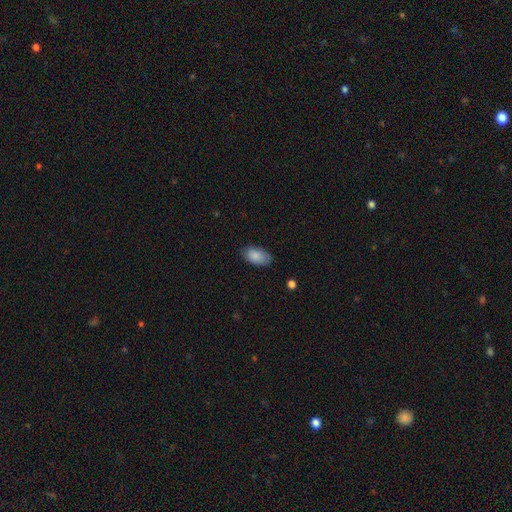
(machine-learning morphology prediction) Smooth or featured? Predicted: smooth (p=0.87). How rounded? Predicted: in between (p=0.94). Merging? Predicted: none (p=0.79).